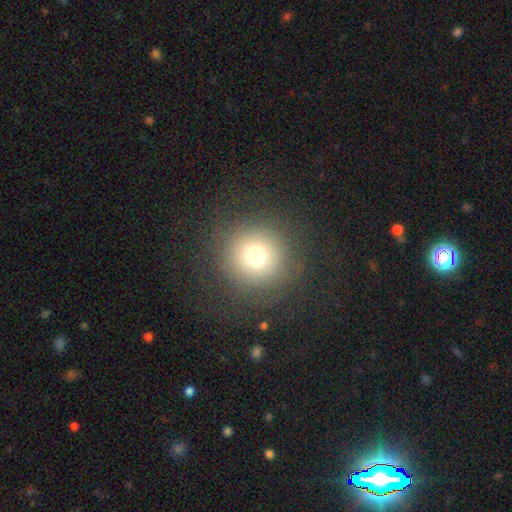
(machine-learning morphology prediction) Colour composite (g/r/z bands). It shows a smooth galaxy with no disk features (72%) that is round (95%). Merging: none (85%).